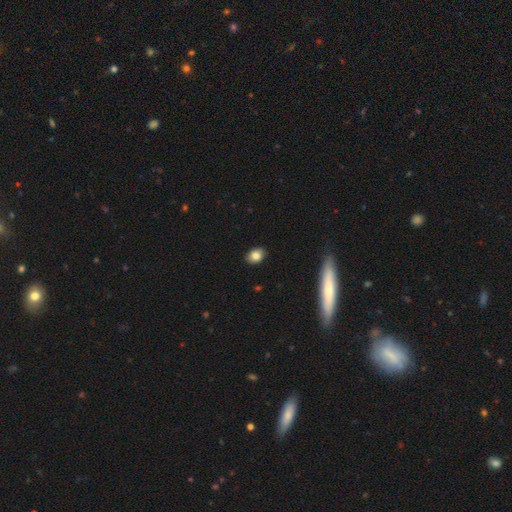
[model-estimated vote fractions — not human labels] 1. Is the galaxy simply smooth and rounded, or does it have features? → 83% smooth, 9% featured or disk, 8% star or artifact.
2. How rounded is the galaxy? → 70% in between, 29% round, 2% cigar-shaped.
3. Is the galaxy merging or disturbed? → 86% none, 11% minor disturbance, 2% major disturbance, 1% merger.